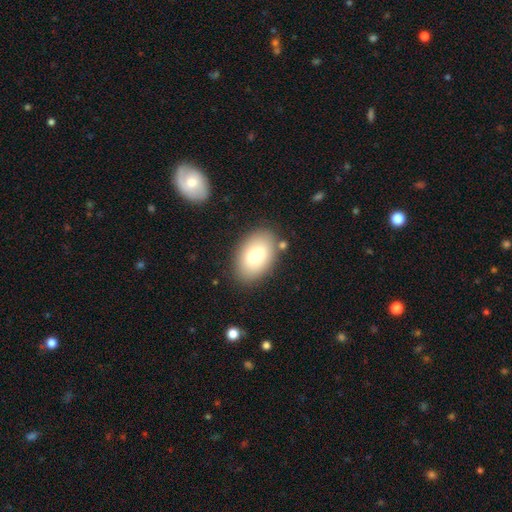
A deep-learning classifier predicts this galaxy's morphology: A smooth galaxy with no disk features (77%) that is in between round and cigar-shaped (91%). Merging: none (82%).